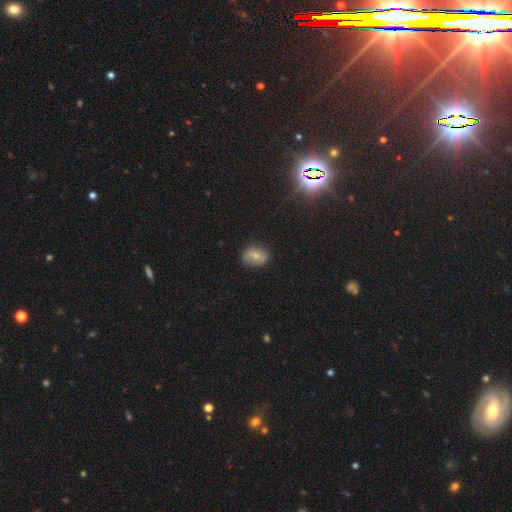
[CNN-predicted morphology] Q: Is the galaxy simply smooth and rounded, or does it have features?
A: smooth — 61%.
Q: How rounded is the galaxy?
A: in between — 66%.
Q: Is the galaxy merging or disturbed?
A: none — 78%.